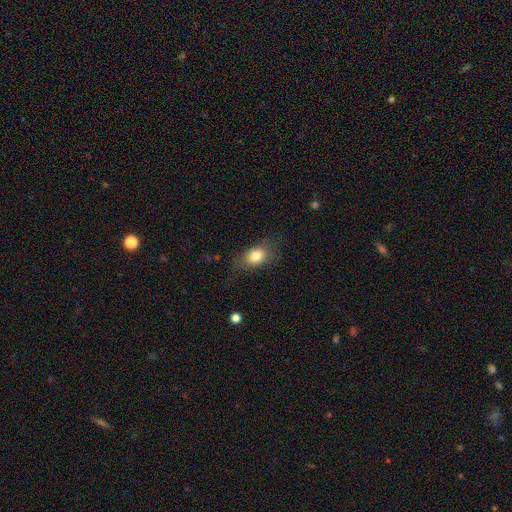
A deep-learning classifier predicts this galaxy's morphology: smooth 78%, featured or disk 13%, star or artifact 9%. Down the decision tree: how rounded — in between (75%); merging — none (65%).